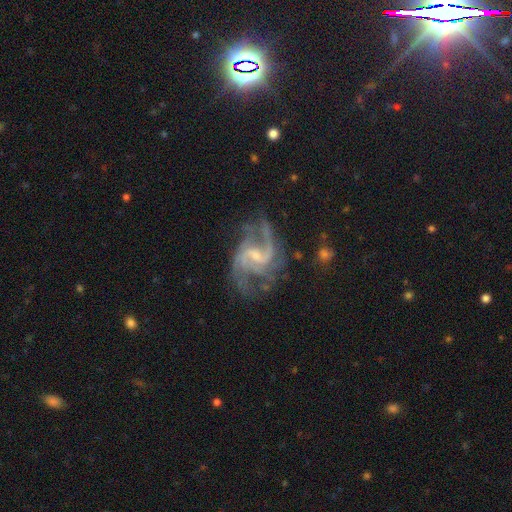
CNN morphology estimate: type=featured or disk (90%); edge-on=no (98%); bar=weak (60%); spiral arms=yes (97%); winding=medium (50%); arm count=2 (63%); bulge=small (54%); merging=none (61%).